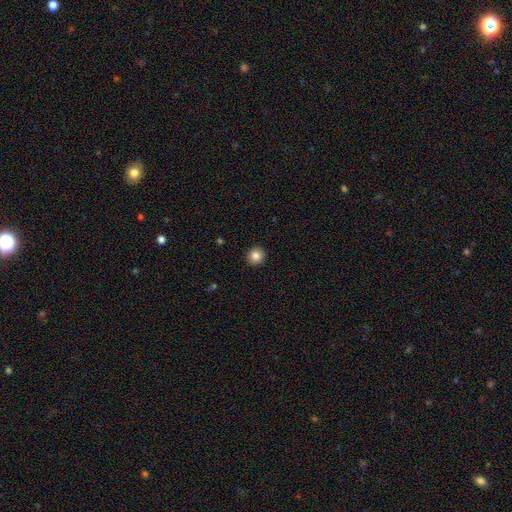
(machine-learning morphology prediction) type=smooth (85%); roundness=round (93%); merging=none (93%).